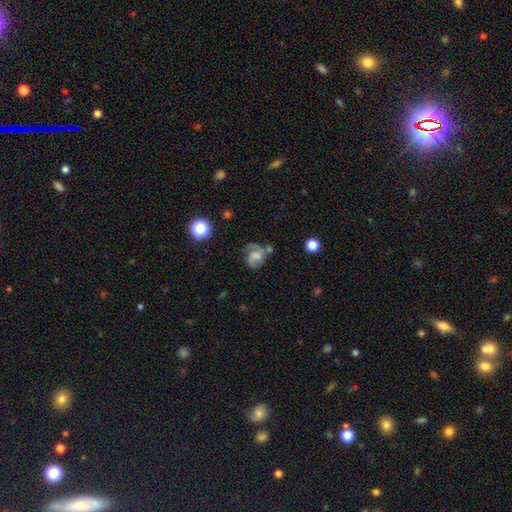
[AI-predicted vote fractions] smooth-or-featured: featured or disk: 65% | smooth: 25% | star or artifact: 10%
  disk-edge-on: no: 98% | yes: 2%
    bar: no: 53% | weak: 38% | strong: 9%
    has-spiral-arms: yes: 89% | no: 11%
      spiral-winding: medium: 51% | loose: 26% | tight: 23%
      spiral-arm-count: 2: 73% | can't tell: 10% | 1: 8% | 3: 6% | 4: 2% | more than 4: 1%
    bulge-size: moderate: 33% | none: 26% | small: 23% | large: 16% | dominant: 2%
  merging: none: 50% | minor disturbance: 22% | major disturbance: 17% | merger: 10%